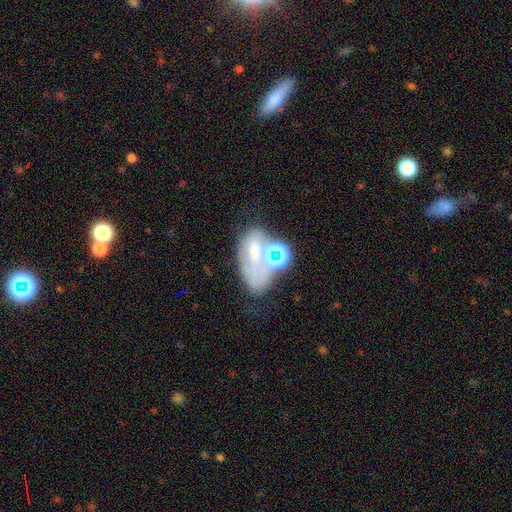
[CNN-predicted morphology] smooth_or_featured: featured or disk (p=0.36) [alt: smooth p=0.34]
merging: none (p=0.34) [alt: merger p=0.26]